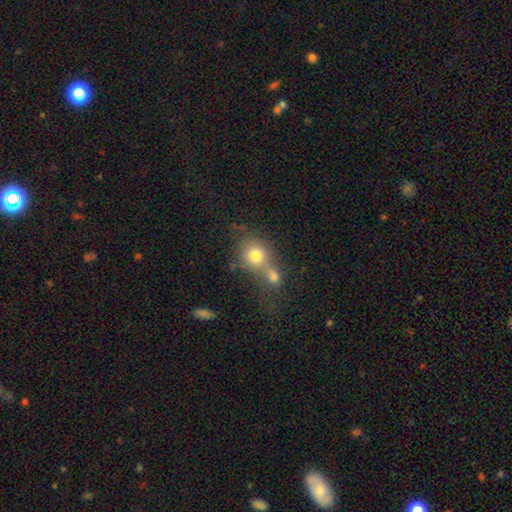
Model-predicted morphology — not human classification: smooth 76%, featured or disk 13%, star or artifact 12%. Down the decision tree: how rounded — round (75%); merging — merger (56%).